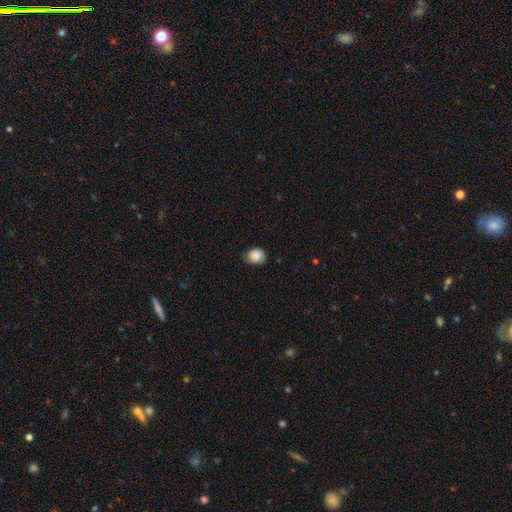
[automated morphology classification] Smooth or featured? Predicted: smooth (p=0.82). How rounded? Predicted: round (p=0.59). Merging? Predicted: none (p=0.64).